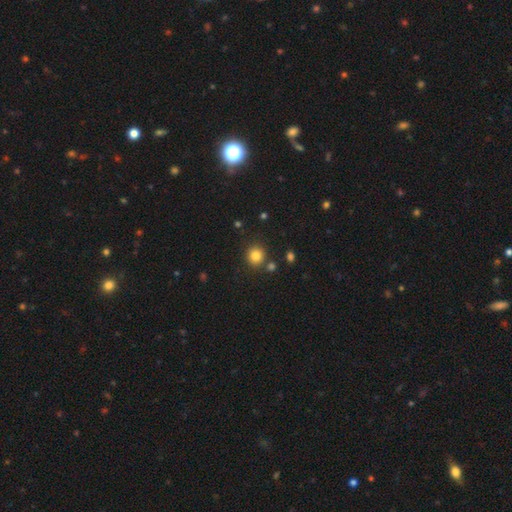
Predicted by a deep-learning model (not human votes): A smooth galaxy with no disk features (84%) that is round (88%).

Vote fractions:
- Smooth or featured? smooth: 84% / star or artifact: 12% / featured or disk: 4%
- How rounded? round: 88% / in between: 11% / cigar-shaped: 1%
- Merging? none: 82% / minor disturbance: 8% / merger: 7% / major disturbance: 3%